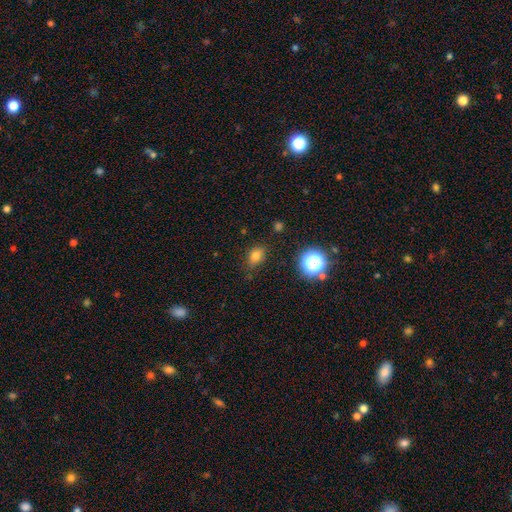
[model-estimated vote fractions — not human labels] smooth 76%, star or artifact 16%, featured or disk 8%. Down the decision tree: how rounded — in between (67%); merging — none (80%).